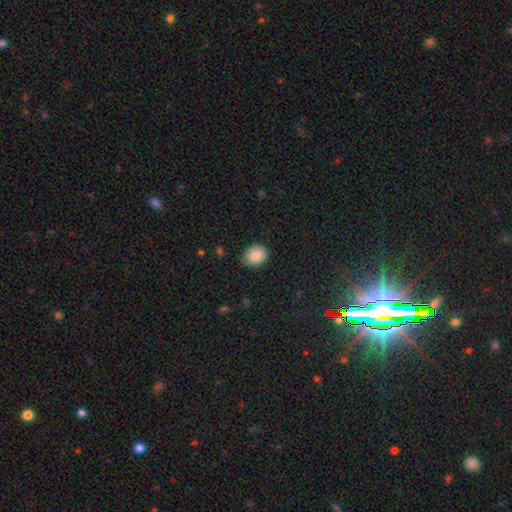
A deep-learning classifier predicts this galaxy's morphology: A smooth galaxy with no disk features (86%) that is in between round and cigar-shaped (51%).

Vote fractions:
- Smooth or featured? smooth: 86% / star or artifact: 8% / featured or disk: 5%
- How rounded? in between: 51% / round: 49% / cigar-shaped: 1%
- Merging? none: 81% / minor disturbance: 15% / major disturbance: 2% / merger: 1%